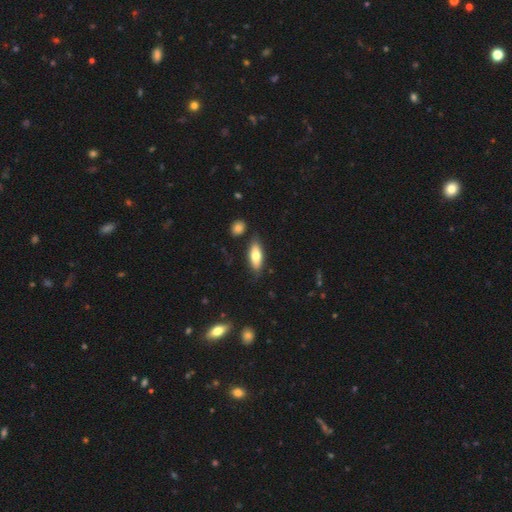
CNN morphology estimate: smooth 70%, featured or disk 24%, star or artifact 6%. Down the decision tree: how rounded — in between (67%); merging — none (80%).